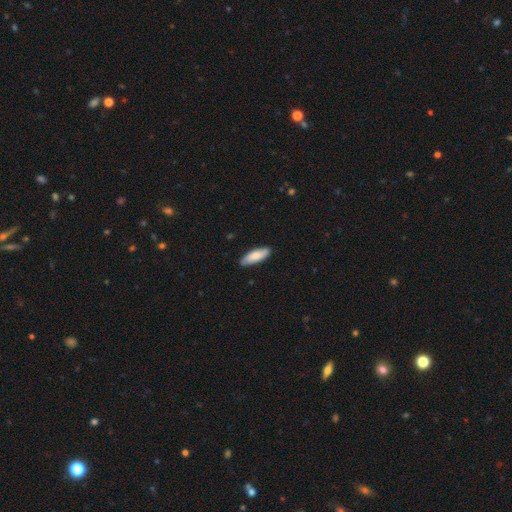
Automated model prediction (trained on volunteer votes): Smooth or featured?
  - smooth: 79% *
  - featured or disk: 15%
  - star or artifact: 5%
How rounded?
  - in between: 57% *
  - cigar-shaped: 41%
  - round: 2%
Merging?
  - none: 87% *
  - minor disturbance: 10%
  - major disturbance: 2%
  - merger: 1%